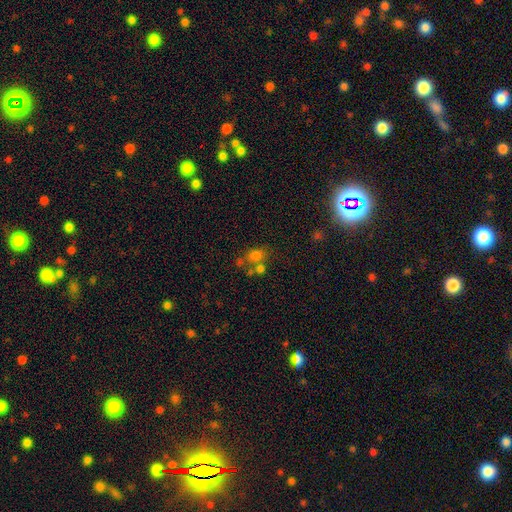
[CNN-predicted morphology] Overall: smooth (70%). How rounded: in between (52%; round 46%). Merging: none (45%; merger 35%).